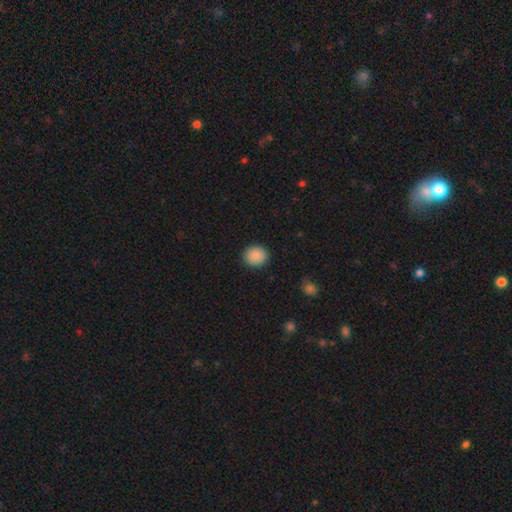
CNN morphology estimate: Smooth or featured? smooth (89%)
How rounded? round (83%)
Merging? none (91%)